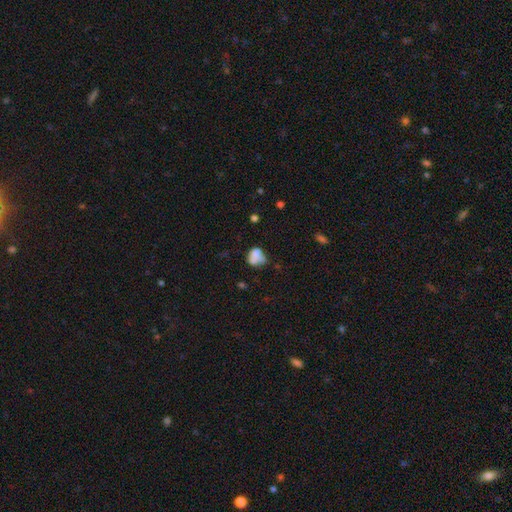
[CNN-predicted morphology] This appears to be a smooth galaxy with no disk features (61%) that is in between round and cigar-shaped (55%). Merging: merger (36%).